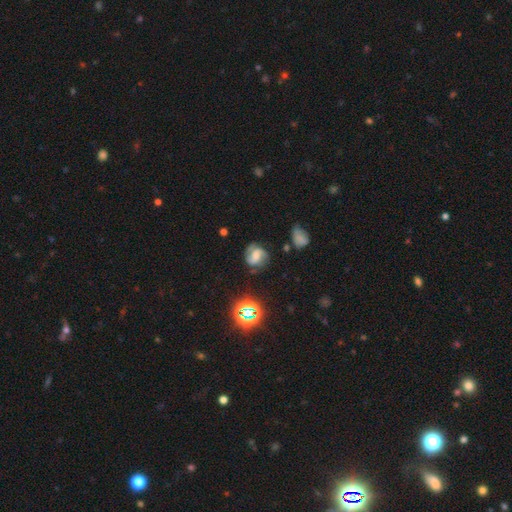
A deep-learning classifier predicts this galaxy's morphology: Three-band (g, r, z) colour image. It shows a featured or disk galaxy (64%) with a weak bar (44%), 2 (77%) medium (49%) spiral arms (91%) and a moderate central bulge (36%). Merging: none (65%).